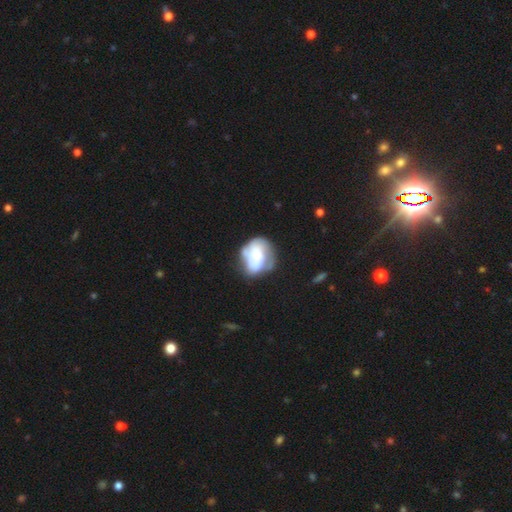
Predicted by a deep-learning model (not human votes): A featured or disk galaxy (52%) with no bar (78%), no spiral arms (51%) and a moderate central bulge (43%).

Vote fractions:
- Smooth or featured? featured or disk: 52% / smooth: 41% / star or artifact: 7%
- Edge-on disk? no: 97% / yes: 3%
- Bar? no: 78% / weak: 17% / strong: 5%
- Spiral arms? no: 51% / yes: 49%
- Bulge size? moderate: 43% / small: 30% / large: 17% / none: 8% / dominant: 3%
- Merging? none: 41% / minor disturbance: 30% / major disturbance: 21% / merger: 8%